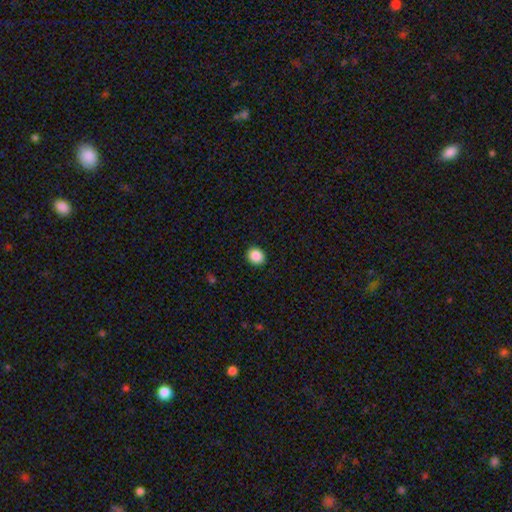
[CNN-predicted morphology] A smooth galaxy with no disk features (88%) that is round (76%). Merging: none (92%).